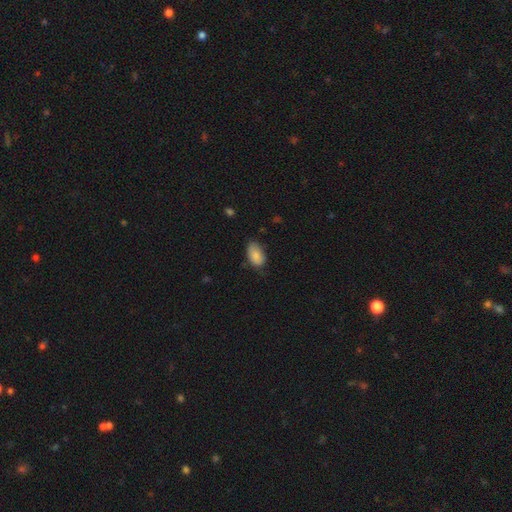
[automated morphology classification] The model was most divided on "merging": none: 65%, minor disturbance: 29%, major disturbance: 5%, merger: 1%. More confident: how rounded — in between (92%); smooth or featured — smooth (84%).